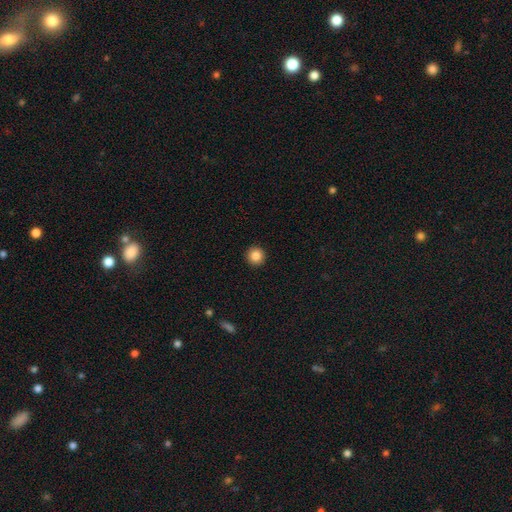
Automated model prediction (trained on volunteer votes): Overall: smooth (86%). How rounded: round (96%). Merging: none (94%).